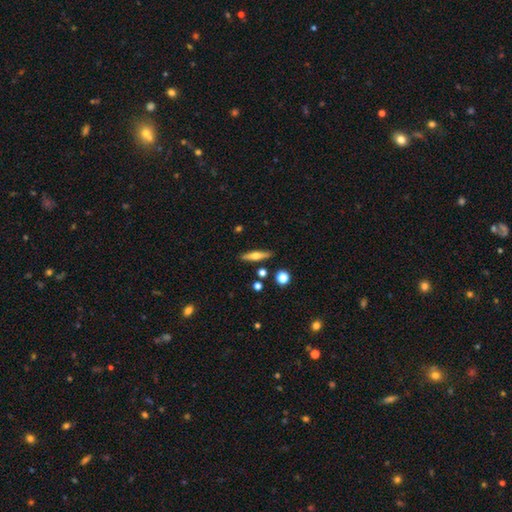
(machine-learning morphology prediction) type=featured or disk (51%); edge-on=yes (94%); merging=none (87%).